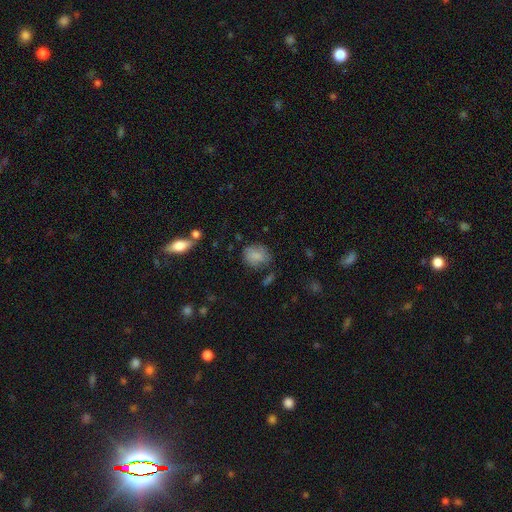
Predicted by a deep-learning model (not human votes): This is clearly a smooth galaxy (80%). How rounded: possibly round (57%). Merging: likely none (68%).